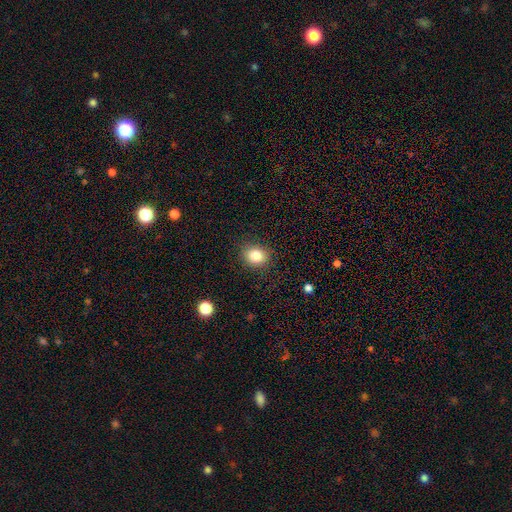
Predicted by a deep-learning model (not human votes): Smooth or featured? smooth (83%)
How rounded? round (67%)
Merging? none (87%)